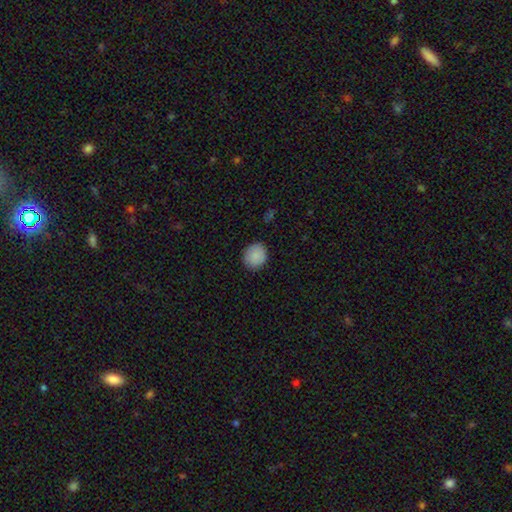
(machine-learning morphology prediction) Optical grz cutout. It shows a smooth galaxy with no disk features (88%) that is round (81%). Merging: none (89%).